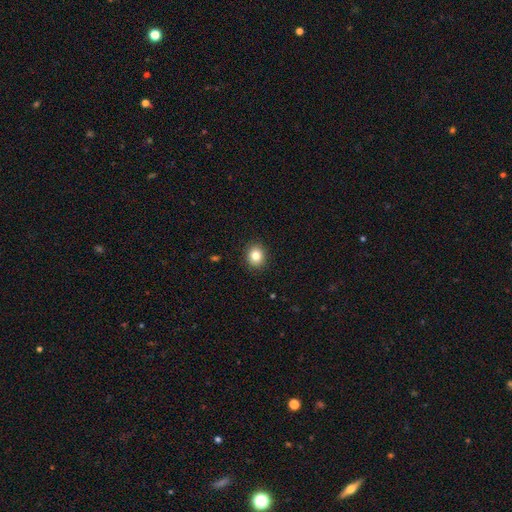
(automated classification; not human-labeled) smooth-or-featured: smooth: 83% | star or artifact: 10% | featured or disk: 7%
  how-rounded: round: 71% | in between: 28% | cigar-shaped: 1%
  merging: none: 91% | minor disturbance: 6% | major disturbance: 2% | merger: 1%